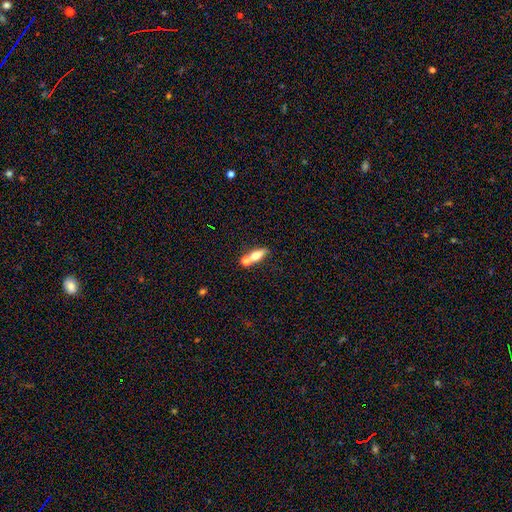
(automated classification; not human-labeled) Overall: smooth (60%; featured or disk 32%). How rounded: in between (60%; cigar-shaped 31%). Merging: merger (43%; none 41%).